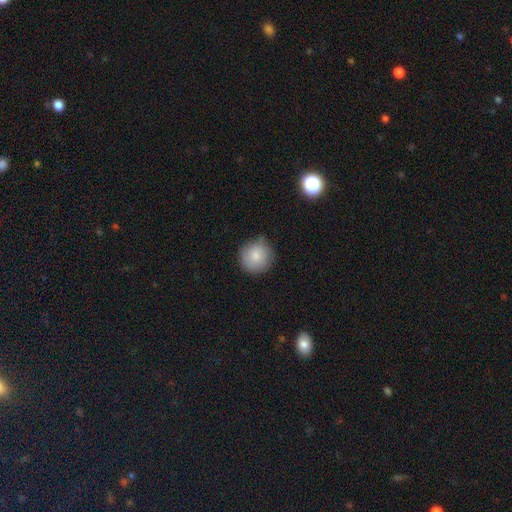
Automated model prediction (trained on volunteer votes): This appears to be a smooth galaxy with no disk features (82%) that is round (92%). Merging: none (75%).